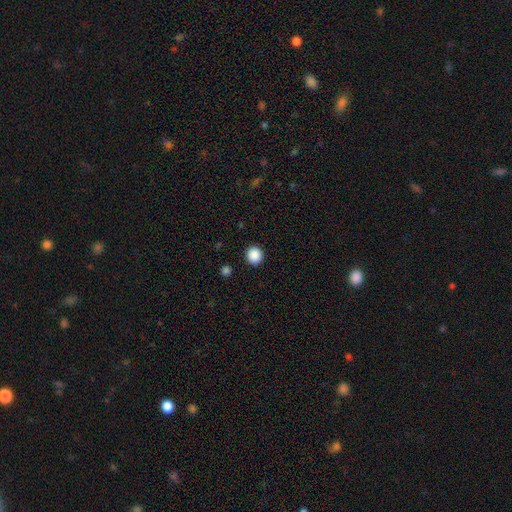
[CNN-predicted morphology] Overall: smooth (89%). How rounded: round (93%). Merging: none (93%).